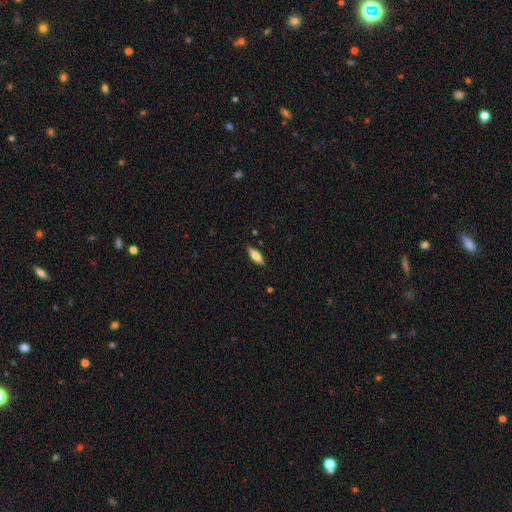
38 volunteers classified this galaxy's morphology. type=smooth (58%); roundness=cigar-shaped (55%); merging=none (83%).